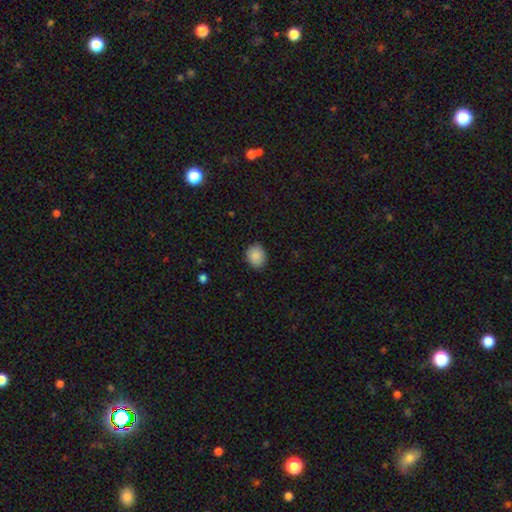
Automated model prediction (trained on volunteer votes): Morphology: type=smooth (88%); roundness=round (68%); merging=none (87%).